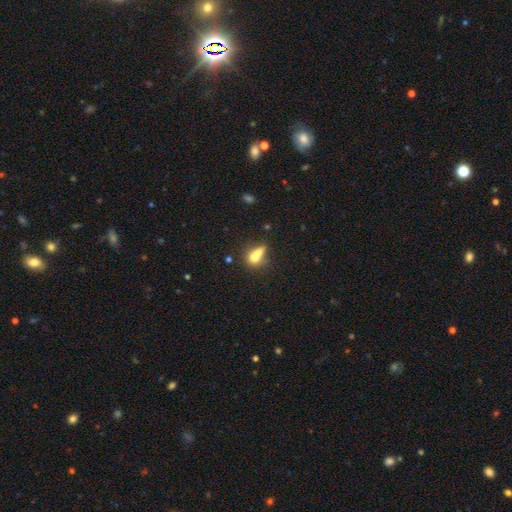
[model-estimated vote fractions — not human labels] Overall: smooth (68%). How rounded: in between (57%; round 28%). Merging: merger (39%; none 32%).